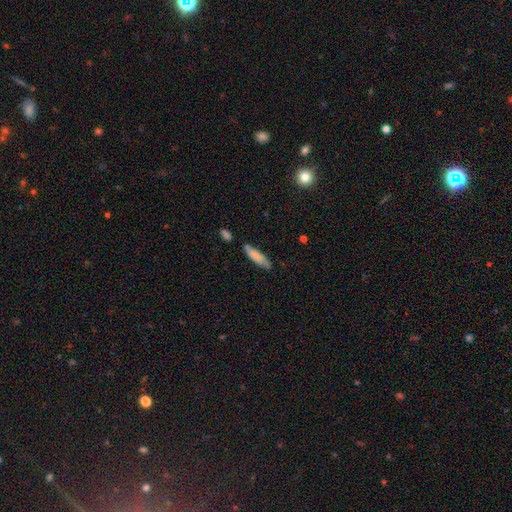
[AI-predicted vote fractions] A smooth galaxy with no disk features (78%) that is cigar-shaped (69%). Merging: none (68%).